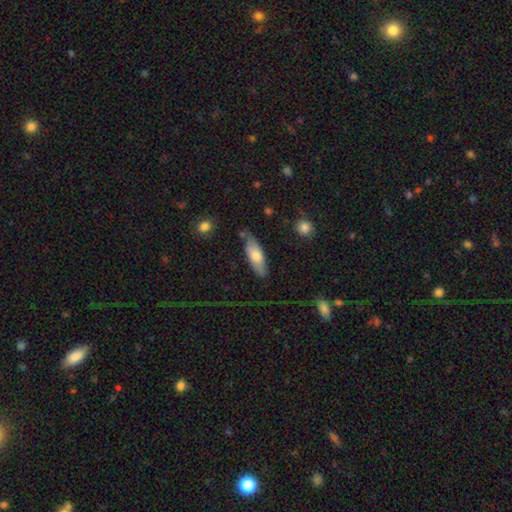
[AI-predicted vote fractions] smooth 67%, featured or disk 28%, star or artifact 6%. Down the decision tree: how rounded — in between (61%); merging — none (76%).